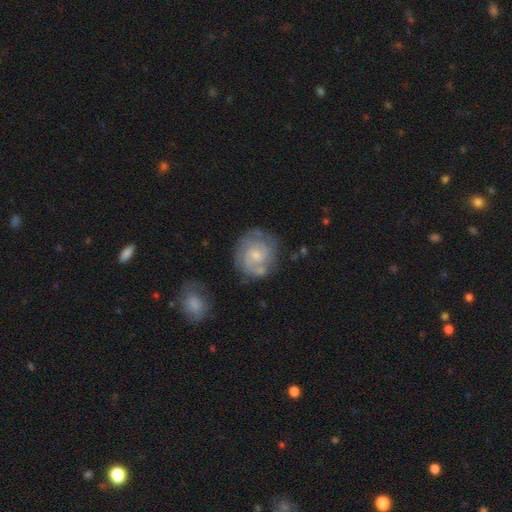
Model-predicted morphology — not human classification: featured or disk 70%, smooth 23%, star or artifact 6%. Down the decision tree: edge-on disk — no (98%); bar — no (62%); spiral arms — yes (89%); spiral arm count — 2 (46%); spiral winding — tight (53%); bulge size — small (62%); merging — none (68%).